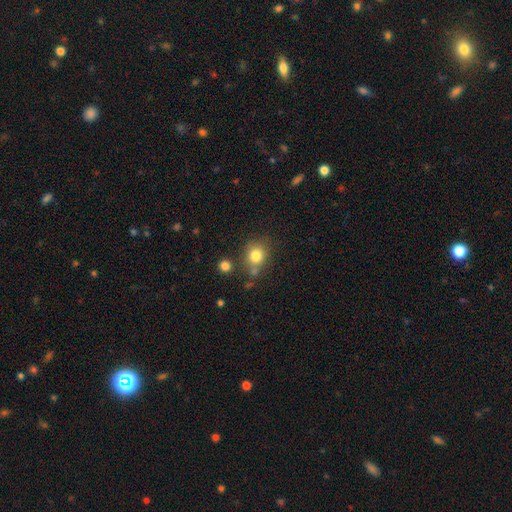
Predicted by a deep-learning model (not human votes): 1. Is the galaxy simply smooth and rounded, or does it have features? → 80% smooth, 12% star or artifact, 9% featured or disk.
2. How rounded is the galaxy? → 77% round, 22% in between, 1% cigar-shaped.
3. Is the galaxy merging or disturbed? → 67% none, 16% minor disturbance, 12% merger, 5% major disturbance.